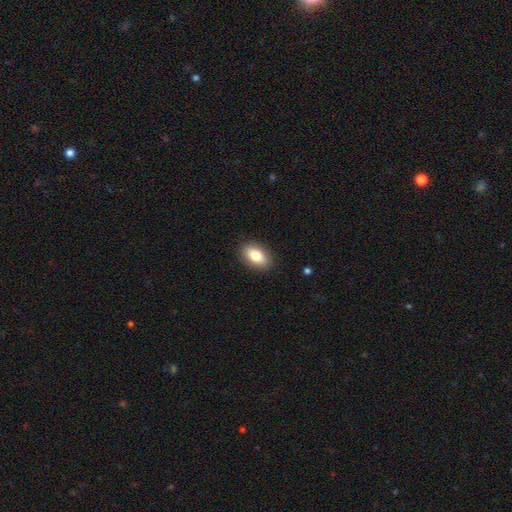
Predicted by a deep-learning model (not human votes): Smooth or featured? Predicted: smooth (p=0.81). How rounded? Predicted: in between (p=0.89). Merging? Predicted: none (p=0.89).